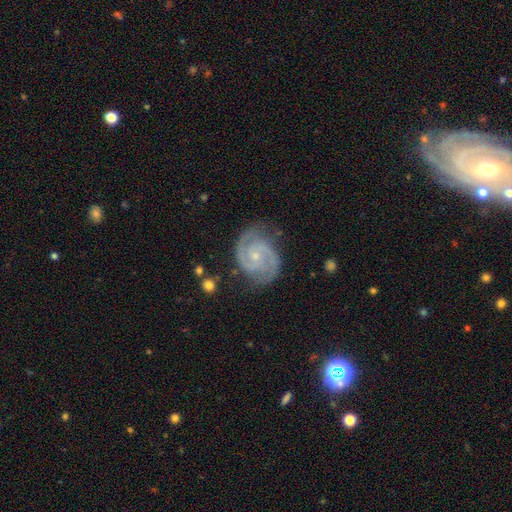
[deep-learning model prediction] Overall: featured or disk (92%). Edge-on disk: no (98%). Bar: no (64%; weak 30%). Spiral arms: yes (98%). Spiral arm count: 2 (89%). Spiral winding: tight (51%; medium 44%). Bulge size: small (69%). Merging: none (79%).